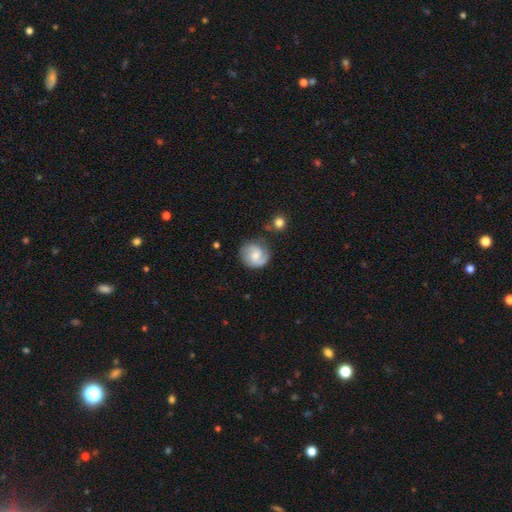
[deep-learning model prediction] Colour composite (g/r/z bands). It shows a featured or disk galaxy (66%) with no bar (53%), 2 (78%) medium (45%) spiral arms (93%) and a moderate central bulge (47%). Merging: none (74%).